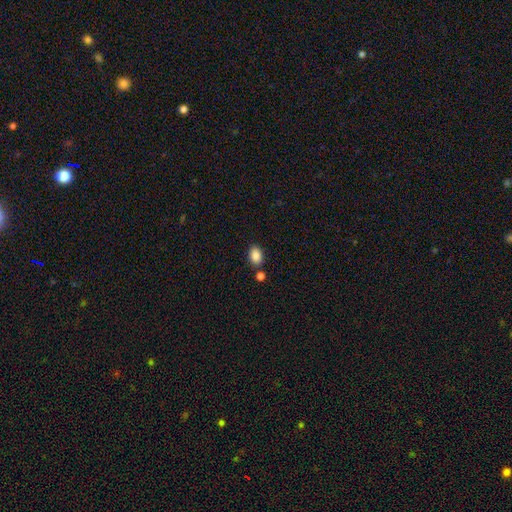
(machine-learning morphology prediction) smooth_or_featured: smooth (p=0.87) [alt: star or artifact p=0.08]
how_rounded: in between (p=0.81) [alt: round p=0.18]
merging: none (p=0.78) [alt: minor disturbance p=0.11]